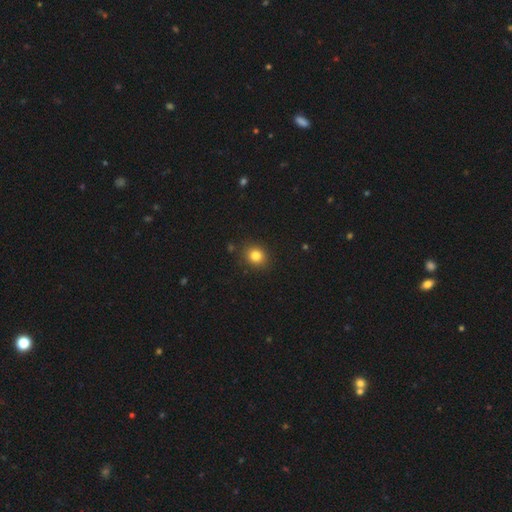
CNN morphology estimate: Q: Smooth or featured?
A: smooth (82%); runner-up: star or artifact (12%)
Q: How rounded?
A: round (74%); runner-up: in between (26%)
Q: Merging?
A: none (88%); runner-up: minor disturbance (8%)